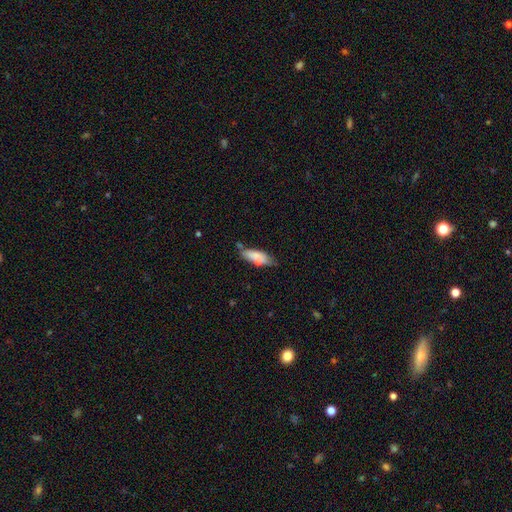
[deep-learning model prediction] This appears to be a smooth galaxy with no disk features (71%) that is in between round and cigar-shaped (61%). Merging: none (56%).